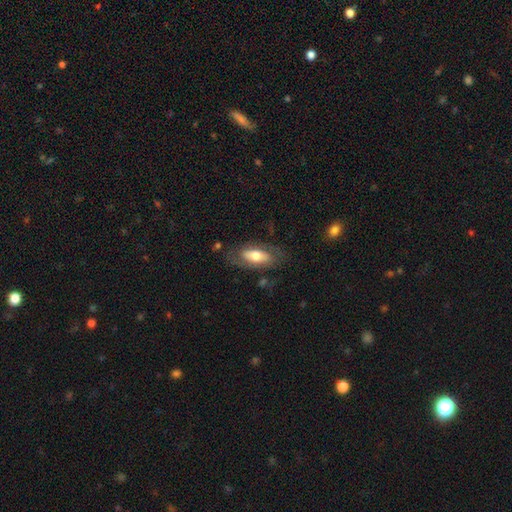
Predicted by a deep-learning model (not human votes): Smooth or featured?
  - smooth: 51% *
  - featured or disk: 43%
  - star or artifact: 6%
How rounded?
  - in between: 84% *
  - cigar-shaped: 13%
  - round: 3%
Merging?
  - none: 67% *
  - minor disturbance: 19%
  - major disturbance: 12%
  - merger: 2%